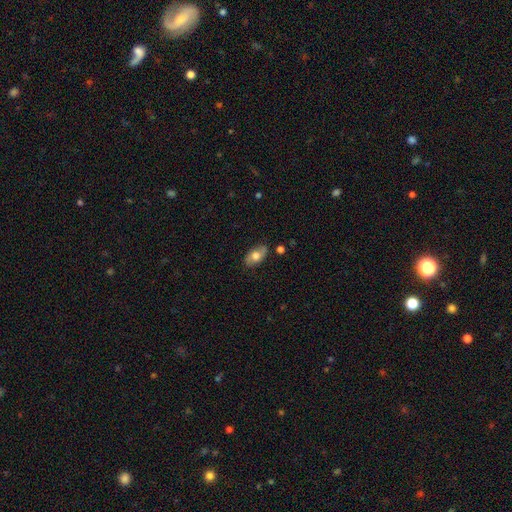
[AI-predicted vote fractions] smooth 63%, featured or disk 30%, star or artifact 7%. Down the decision tree: how rounded — in between (91%); merging — none (81%).